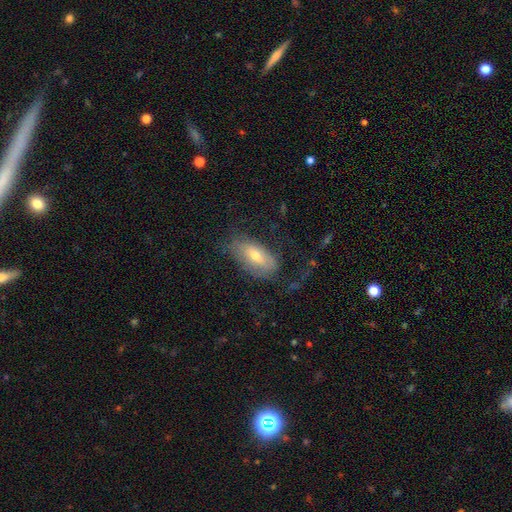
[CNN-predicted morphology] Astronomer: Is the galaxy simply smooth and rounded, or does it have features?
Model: smooth — 48% (runner-up: featured or disk, 44%).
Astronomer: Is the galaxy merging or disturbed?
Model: none — 55%.